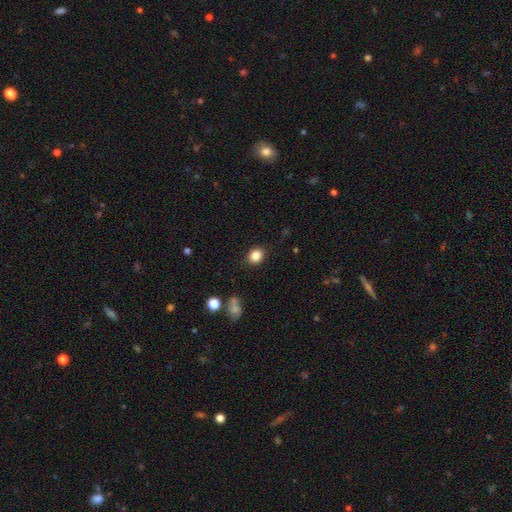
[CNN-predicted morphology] Smooth or featured? smooth (85%)
How rounded? round (59%)
Merging? none (87%)